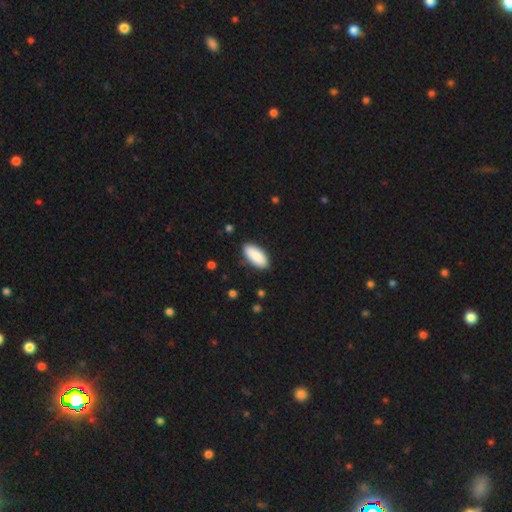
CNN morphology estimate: Q: Smooth or featured?
A: smooth (90%); runner-up: star or artifact (6%)
Q: How rounded?
A: in between (90%); runner-up: cigar-shaped (9%)
Q: Merging?
A: none (87%); runner-up: minor disturbance (9%)